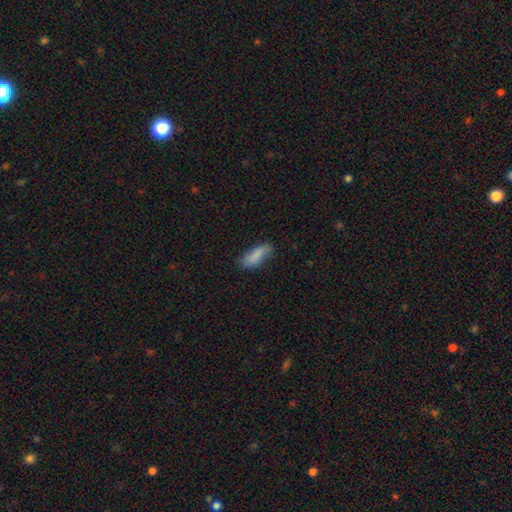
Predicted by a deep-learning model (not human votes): Smooth or featured? Predicted: smooth (p=0.80). How rounded? Predicted: in between (p=0.66). Merging? Predicted: none (p=0.67).